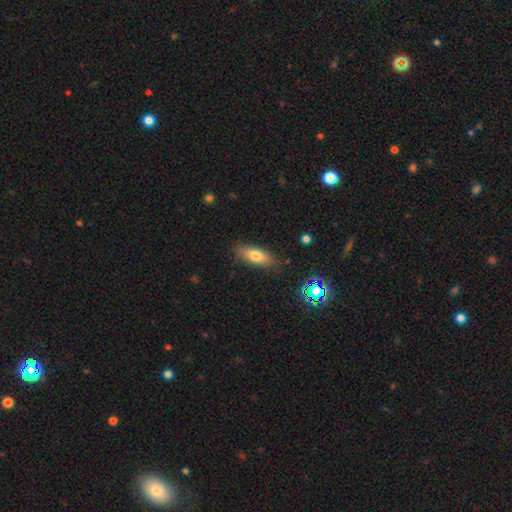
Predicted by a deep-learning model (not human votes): smooth_or_featured: smooth (p=0.74) [alt: featured or disk p=0.17]
how_rounded: in between (p=0.71) [alt: cigar-shaped p=0.25]
merging: none (p=0.84) [alt: minor disturbance p=0.11]